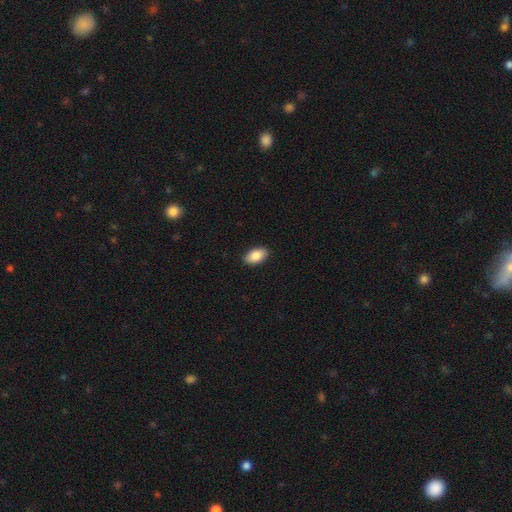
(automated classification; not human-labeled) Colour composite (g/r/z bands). It shows a smooth galaxy with no disk features (88%) that is in between round and cigar-shaped (94%). Merging: none (90%).